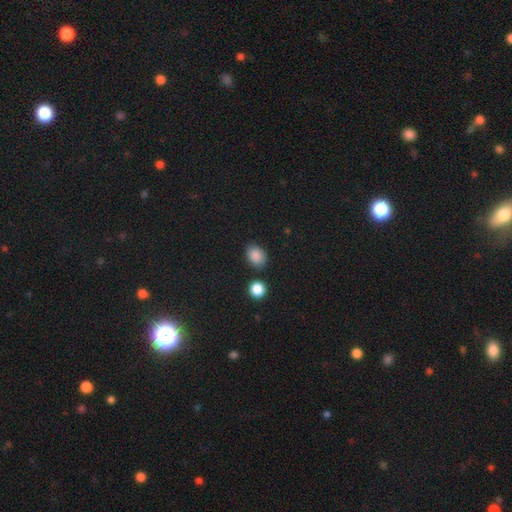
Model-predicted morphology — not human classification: Smooth or featured? smooth (86%)
How rounded? in between (70%)
Merging? none (79%)